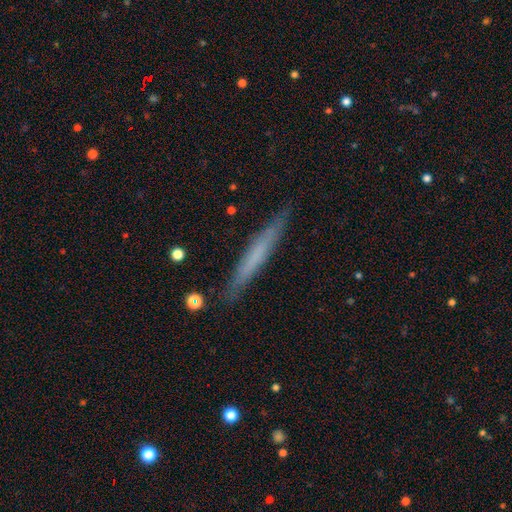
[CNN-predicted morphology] Smooth or featured: smooth — 54% (featured or disk — 39%)
How rounded: cigar-shaped — 96% (in between — 3%)
Merging: none — 87% (minor disturbance — 9%)